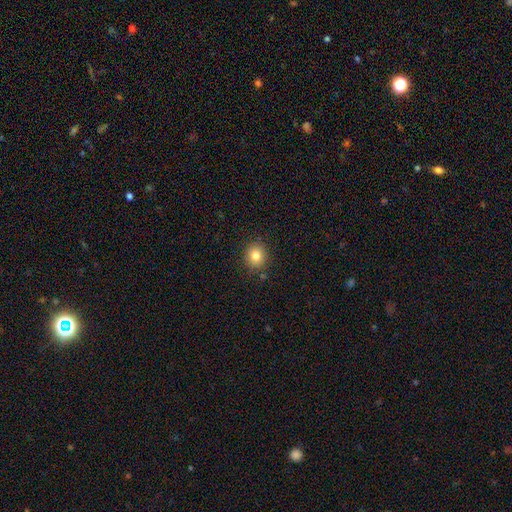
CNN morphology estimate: Q: Smooth or featured?
A: smooth (82%); runner-up: star or artifact (11%)
Q: How rounded?
A: round (80%); runner-up: in between (19%)
Q: Merging?
A: none (87%); runner-up: minor disturbance (9%)